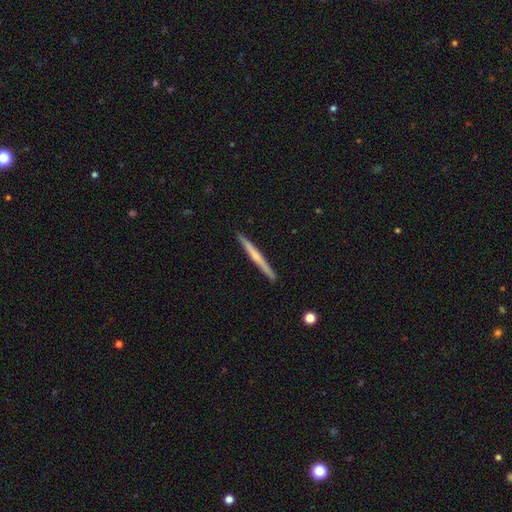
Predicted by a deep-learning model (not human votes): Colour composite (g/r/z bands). It shows a featured or disk galaxy (56%) viewed edge-on (98%) with a rounded central bulge (51%). Merging: none (92%).